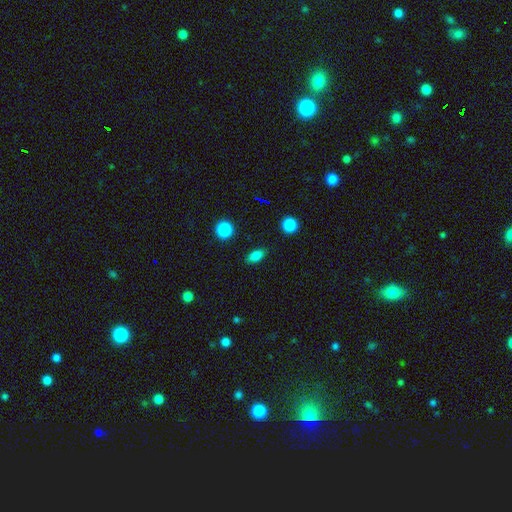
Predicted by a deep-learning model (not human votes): The model was most divided on "smooth or featured": smooth: 82%, star or artifact: 11%, featured or disk: 7%. More confident: merging — none (87%); how rounded — in between (84%).